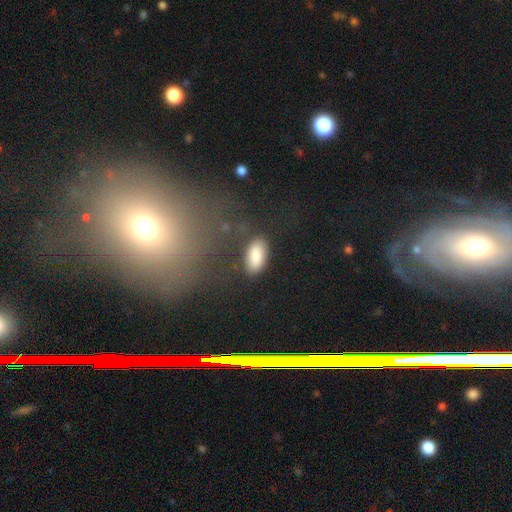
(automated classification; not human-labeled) Smooth or featured? smooth (86%)
How rounded? in between (91%)
Merging? none (79%)